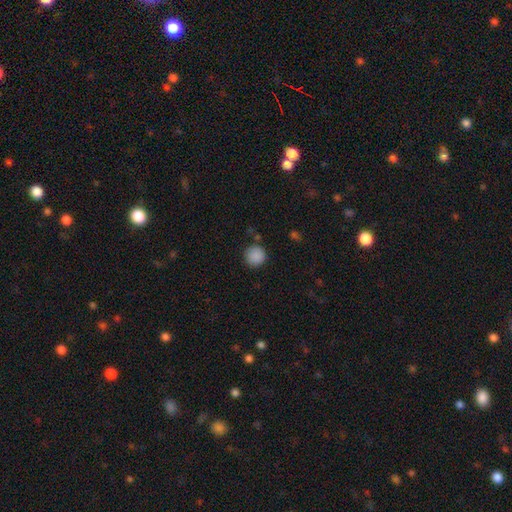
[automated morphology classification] Q: Smooth or featured?
A: smooth (88%); runner-up: star or artifact (9%)
Q: How rounded?
A: round (94%); runner-up: in between (5%)
Q: Merging?
A: none (85%); runner-up: minor disturbance (9%)